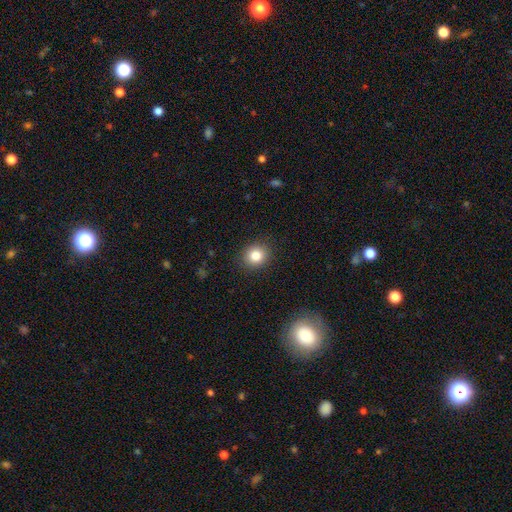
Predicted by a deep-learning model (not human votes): Smooth or featured: smooth — 83% (star or artifact — 10%)
How rounded: round — 78% (in between — 21%)
Merging: none — 89% (minor disturbance — 8%)